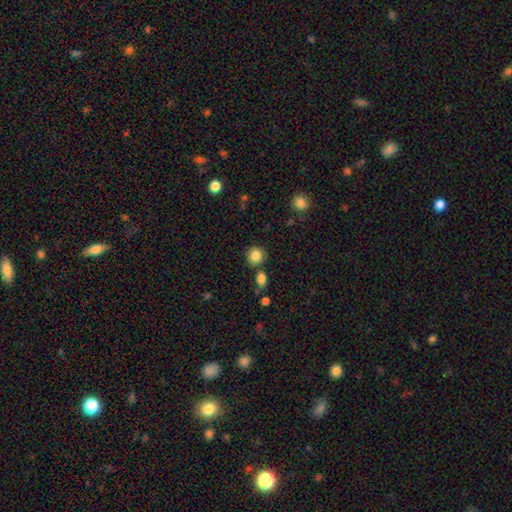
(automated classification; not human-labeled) smooth_or_featured: smooth (p=0.85) [alt: star or artifact p=0.10]
how_rounded: round (p=0.87) [alt: in between p=0.12]
merging: none (p=0.80) [alt: minor disturbance p=0.09]